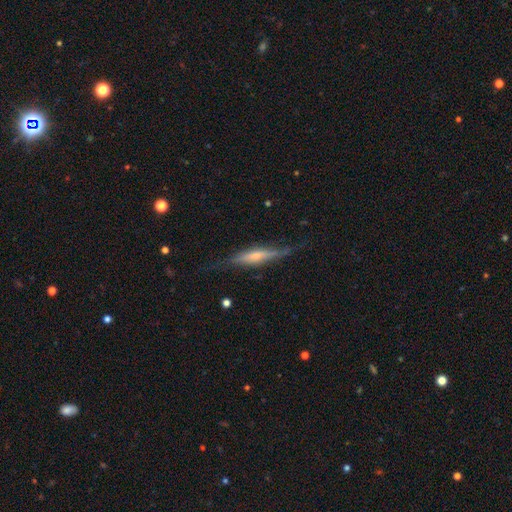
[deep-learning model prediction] Morphology: type=featured or disk (67%); edge-on=yes (92%); edge-on bulge=rounded (54%); merging=none (70%).